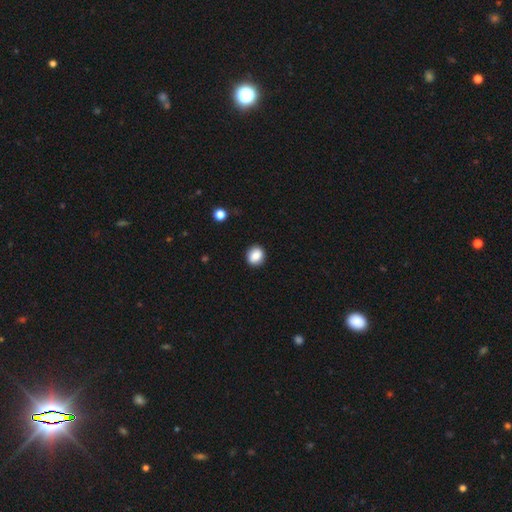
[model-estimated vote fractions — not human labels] Morphology: type=smooth (84%); roundness=round (68%); merging=none (89%).